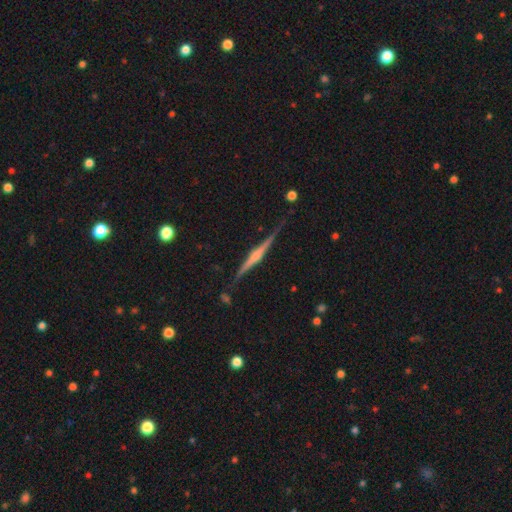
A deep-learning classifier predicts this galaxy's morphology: A featured or disk galaxy (80%) viewed edge-on (98%) with a rounded central bulge (78%). Merging: none (84%).